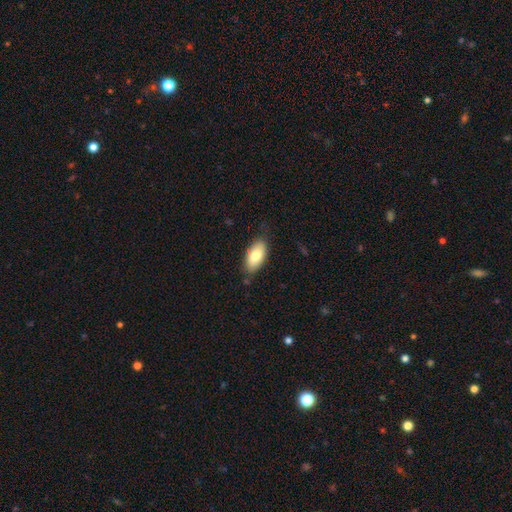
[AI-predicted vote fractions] This appears to be a smooth galaxy with no disk features (78%) that is in between round and cigar-shaped (92%). Merging: none (78%).